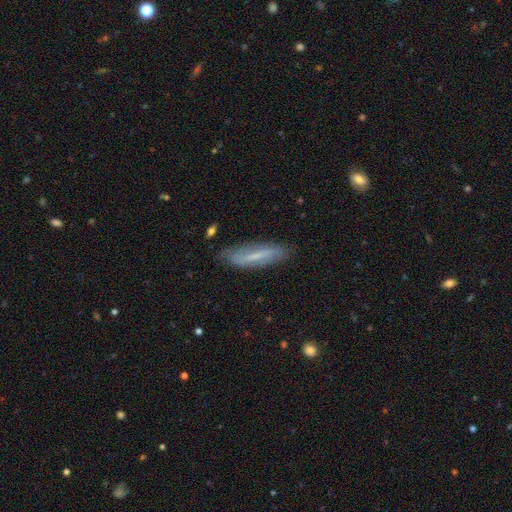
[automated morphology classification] Q: Smooth or featured?
A: featured or disk (50%); runner-up: smooth (41%)
Q: Edge-on disk?
A: no (57%); runner-up: yes (43%)
Q: Merging?
A: none (77%); runner-up: minor disturbance (17%)